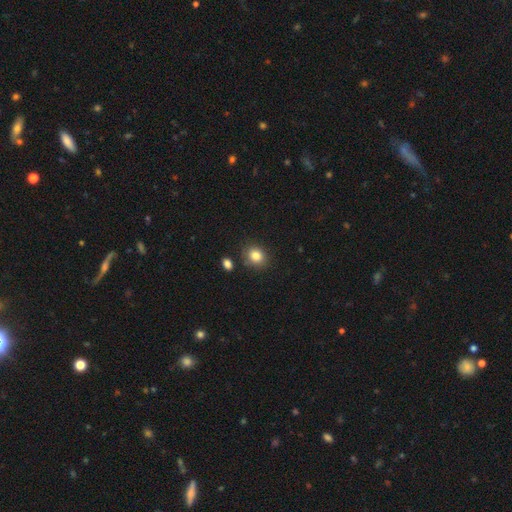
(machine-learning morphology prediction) Smooth or featured?
  - smooth: 84% *
  - star or artifact: 10%
  - featured or disk: 6%
How rounded?
  - round: 61% *
  - in between: 38%
  - cigar-shaped: 1%
Merging?
  - none: 82% *
  - minor disturbance: 11%
  - merger: 4%
  - major disturbance: 3%